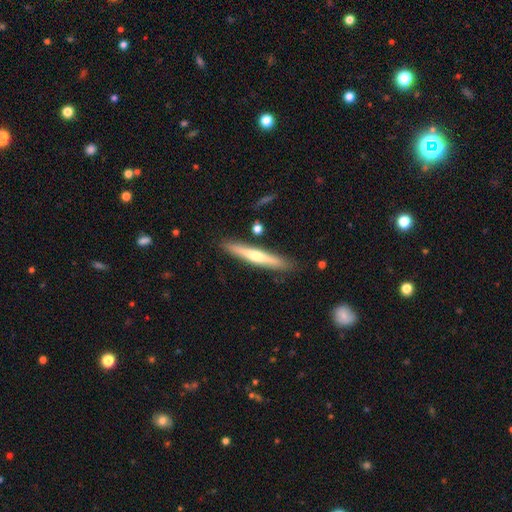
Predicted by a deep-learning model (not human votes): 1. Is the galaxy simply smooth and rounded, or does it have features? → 49% featured or disk, 45% smooth, 5% star or artifact.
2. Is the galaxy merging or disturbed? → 87% none, 9% minor disturbance, 2% merger, 2% major disturbance.